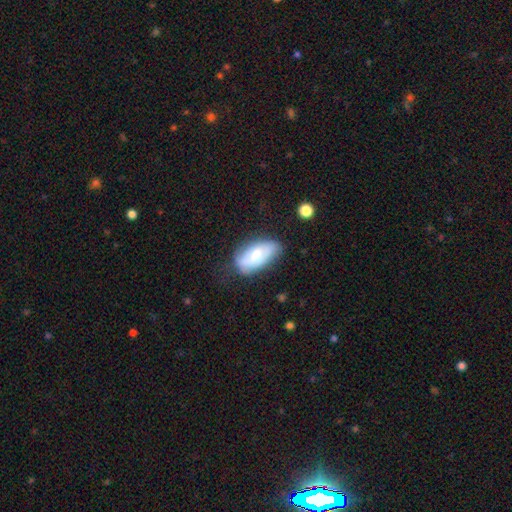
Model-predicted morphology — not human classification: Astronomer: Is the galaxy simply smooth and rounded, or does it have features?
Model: smooth — 61%.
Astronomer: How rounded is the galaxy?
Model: in between — 91%.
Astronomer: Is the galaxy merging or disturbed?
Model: none — 57%.